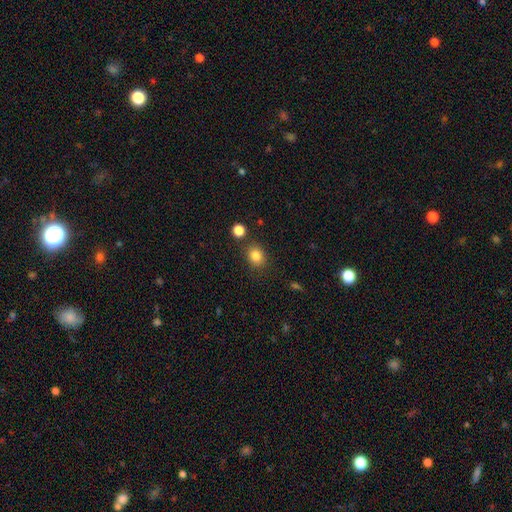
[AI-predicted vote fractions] Smooth or featured? smooth (84%)
How rounded? round (63%)
Merging? none (81%)